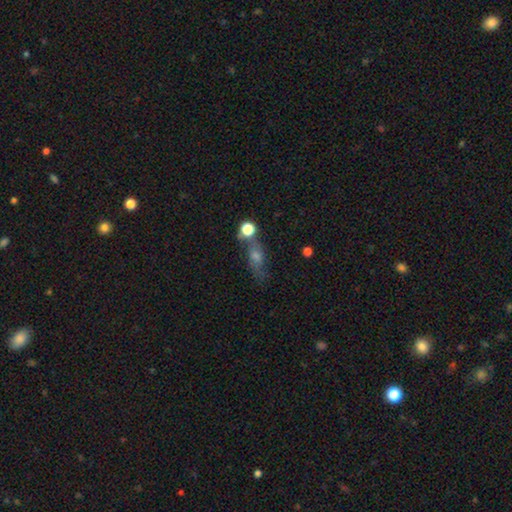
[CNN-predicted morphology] Q: Smooth or featured?
A: smooth (42%); runner-up: featured or disk (34%)
Q: Merging?
A: none (55%); runner-up: minor disturbance (17%)